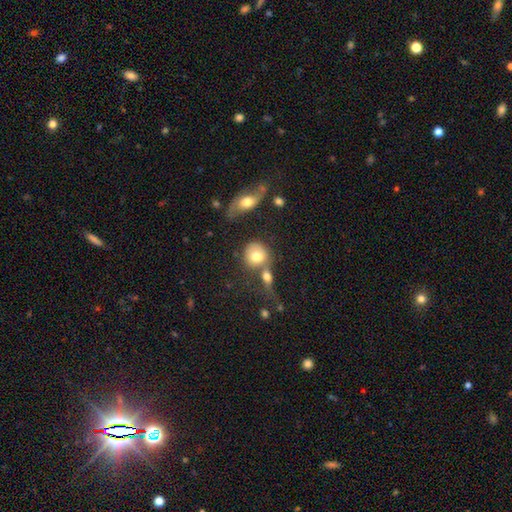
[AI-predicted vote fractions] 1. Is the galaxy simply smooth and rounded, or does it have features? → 74% smooth, 18% featured or disk, 9% star or artifact.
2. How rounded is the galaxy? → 79% round, 19% in between, 2% cigar-shaped.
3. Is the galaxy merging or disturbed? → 47% none, 34% merger, 12% minor disturbance, 8% major disturbance.